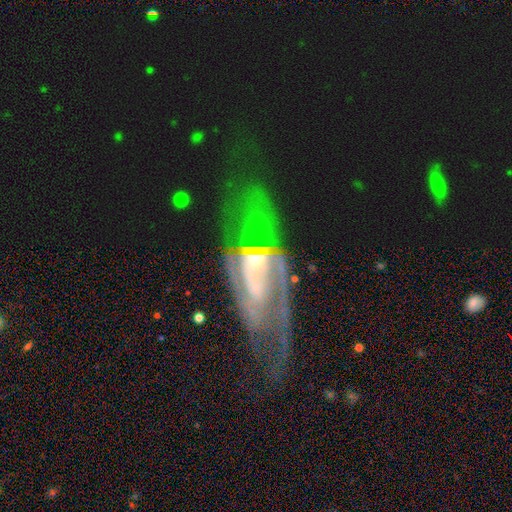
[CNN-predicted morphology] This is likely a featured or disk galaxy (80%). It is clearly not viewed edge-on (91%). Bar: possibly no (52%). Spiral arm pattern: clearly yes (80%). Spiral arm count: possibly 2 (46%). Spiral winding: marginally medium (41%). Central bulge: possibly small (53%). Merging: marginally none (42%).